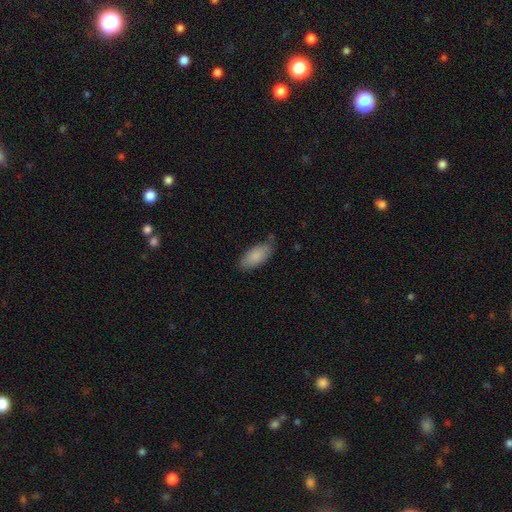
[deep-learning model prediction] smooth 86%, featured or disk 8%, star or artifact 6%. Down the decision tree: how rounded — in between (89%); merging — none (72%).